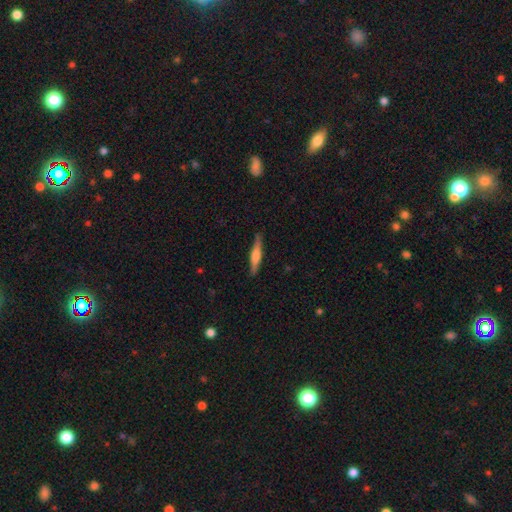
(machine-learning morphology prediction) smooth-or-featured: featured or disk: 51% | smooth: 43% | star or artifact: 6%
  disk-edge-on: yes: 97% | no: 3%
  merging: none: 90% | minor disturbance: 8% | major disturbance: 2% | merger: 1%